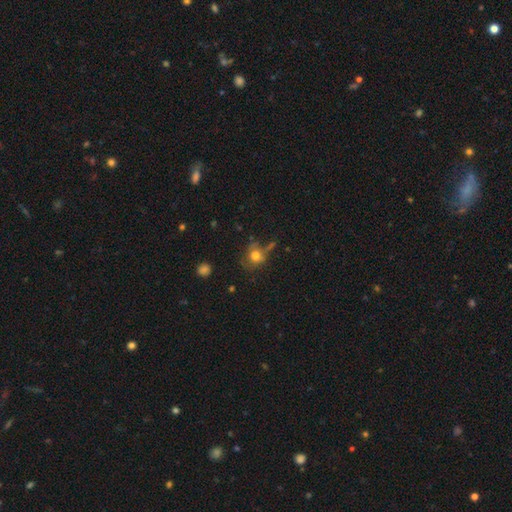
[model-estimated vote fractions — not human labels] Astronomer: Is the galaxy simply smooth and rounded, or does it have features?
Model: smooth — 69%.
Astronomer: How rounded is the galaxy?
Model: round — 78%.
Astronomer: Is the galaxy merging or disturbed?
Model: none — 56%.